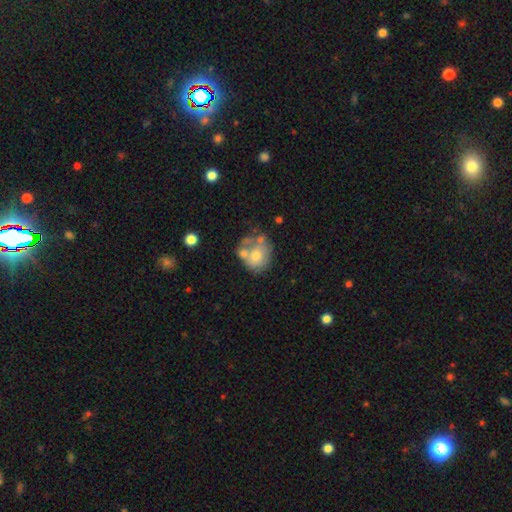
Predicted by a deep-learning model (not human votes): Q: Smooth or featured?
A: smooth (54%); runner-up: featured or disk (37%)
Q: How rounded?
A: round (66%); runner-up: in between (33%)
Q: Merging?
A: none (34%); runner-up: merger (32%)